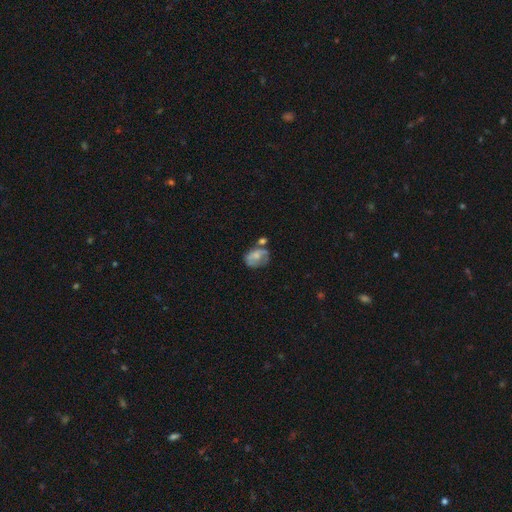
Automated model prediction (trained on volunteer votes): Smooth or featured? Predicted: smooth (p=0.54). How rounded? Predicted: in between (p=0.70). Merging? Predicted: none (p=0.33).